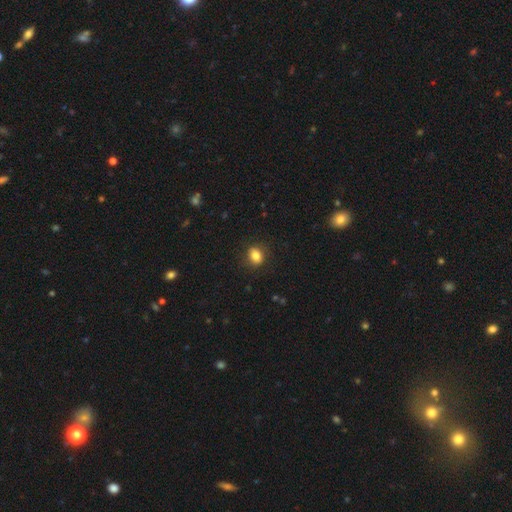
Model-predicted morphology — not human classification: type=smooth (82%); roundness=in between (53%); merging=none (86%).